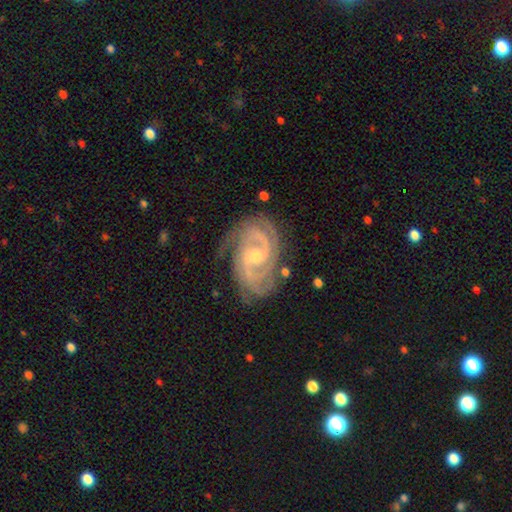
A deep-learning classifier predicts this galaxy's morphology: type=featured or disk (92%); edge-on=no (97%); bar=weak (44%); spiral arms=yes (98%); winding=tight (58%); arm count=2 (56%); bulge=small (51%); merging=none (74%).